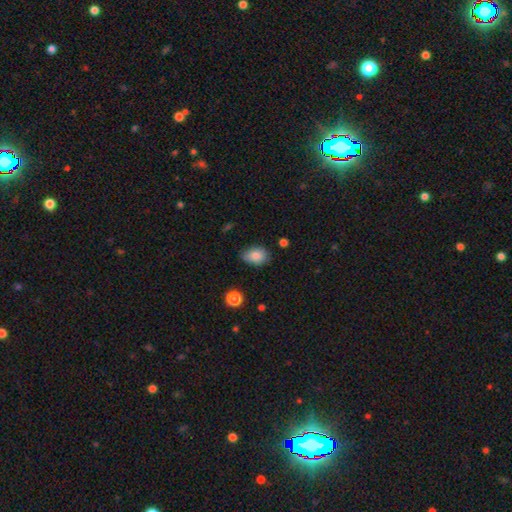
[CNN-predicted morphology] Smooth or featured? smooth (83%)
How rounded? in between (76%)
Merging? none (71%)